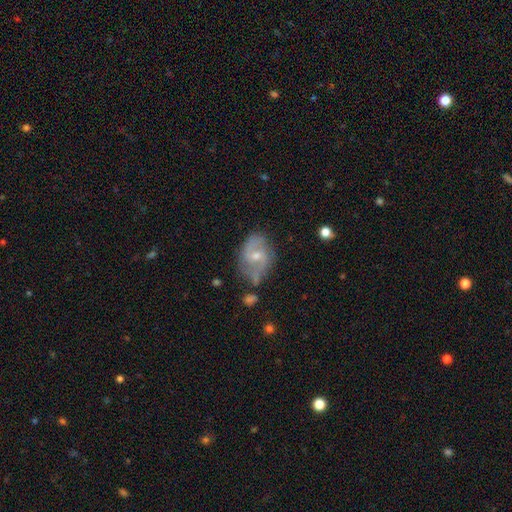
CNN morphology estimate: smooth-or-featured: featured or disk: 73% | smooth: 18% | star or artifact: 8%
  disk-edge-on: no: 96% | yes: 4%
    bar: weak: 45% | no: 44% | strong: 10%
    has-spiral-arms: yes: 87% | no: 13%
      spiral-winding: medium: 46% | loose: 33% | tight: 21%
      spiral-arm-count: 2: 82% | can't tell: 11% | 1: 3% | 3: 2% | 4: 1% | more than 4: 1%
    bulge-size: small: 49% | moderate: 47% | none: 2% | large: 1% | dominant: 1%
  merging: none: 65% | minor disturbance: 23% | major disturbance: 7% | merger: 5%